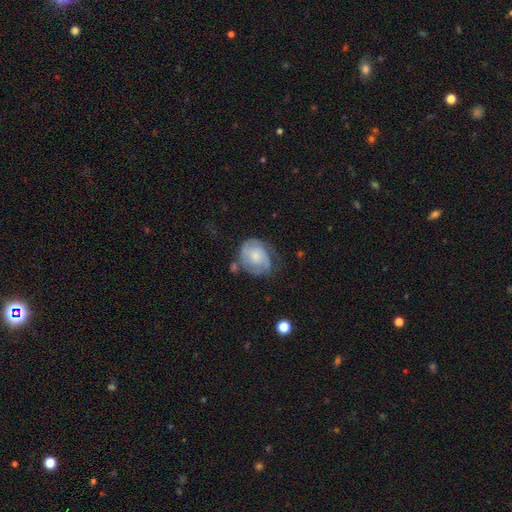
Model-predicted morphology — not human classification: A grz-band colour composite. It shows a featured or disk galaxy (61%) with no bar (71%), 2 (49%) tight (48%) spiral arms (85%) and a moderate central bulge (39%). Merging: none (52%).